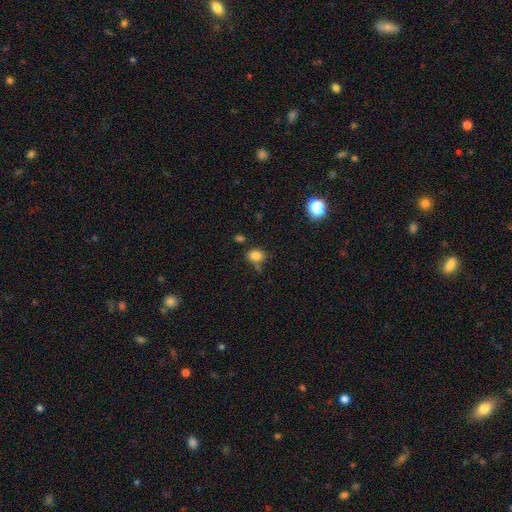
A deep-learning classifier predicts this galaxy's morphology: Overall: smooth (81%). How rounded: in between (54%; round 44%). Merging: none (63%).